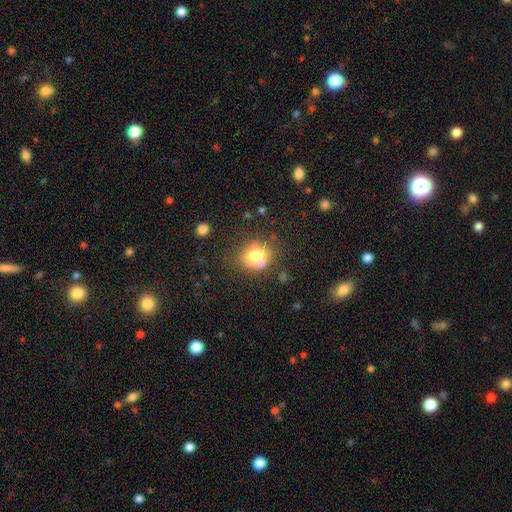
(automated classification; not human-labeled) Smooth or featured? Predicted: smooth (p=0.65). How rounded? Predicted: round (p=0.65). Merging? Predicted: none (p=0.50).